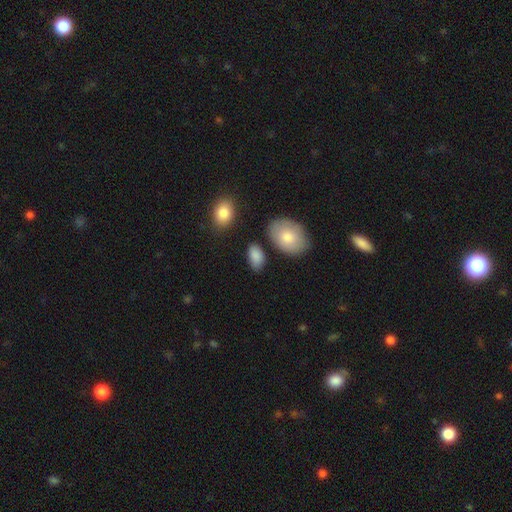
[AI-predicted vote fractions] Smooth or featured?
  - smooth: 87% *
  - star or artifact: 7%
  - featured or disk: 7%
How rounded?
  - in between: 92% *
  - round: 7%
  - cigar-shaped: 2%
Merging?
  - none: 75% *
  - minor disturbance: 15%
  - merger: 5%
  - major disturbance: 4%